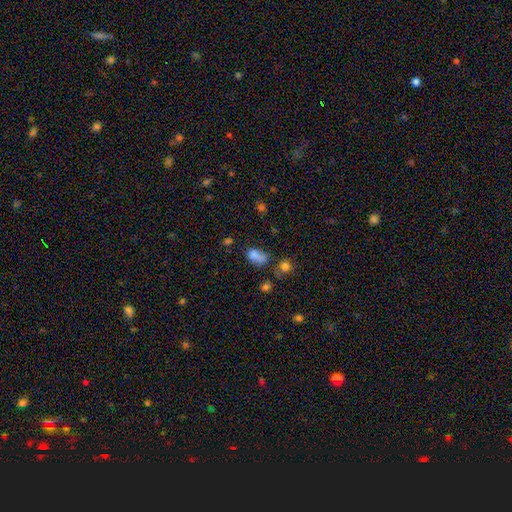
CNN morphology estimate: Smooth or featured? Predicted: smooth (p=0.75). How rounded? Predicted: in between (p=0.78). Merging? Predicted: none (p=0.37).